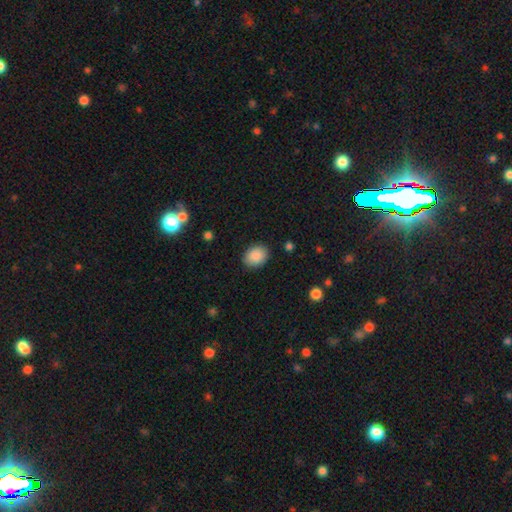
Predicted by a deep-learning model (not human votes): smooth-or-featured: smooth: 89% | star or artifact: 8% | featured or disk: 4%
  how-rounded: in between: 62% | round: 37% | cigar-shaped: 1%
  merging: none: 87% | minor disturbance: 9% | major disturbance: 2% | merger: 1%